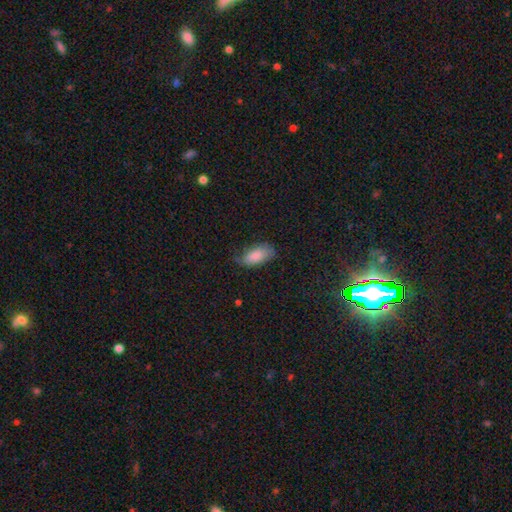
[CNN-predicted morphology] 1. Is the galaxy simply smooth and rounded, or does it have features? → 80% smooth, 13% featured or disk, 7% star or artifact.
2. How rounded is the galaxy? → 92% in between, 5% cigar-shaped, 3% round.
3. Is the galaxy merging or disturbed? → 59% none, 31% minor disturbance, 9% major disturbance, 2% merger.